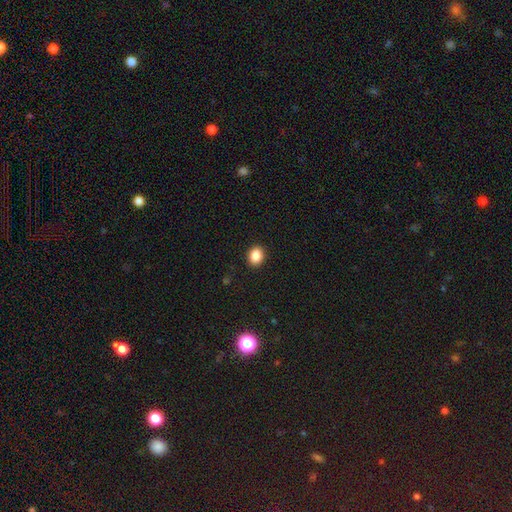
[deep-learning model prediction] Smooth or featured?
  - smooth: 88% *
  - star or artifact: 9%
  - featured or disk: 3%
How rounded?
  - round: 53% *
  - in between: 46%
  - cigar-shaped: 1%
Merging?
  - none: 91% *
  - minor disturbance: 6%
  - major disturbance: 2%
  - merger: 1%